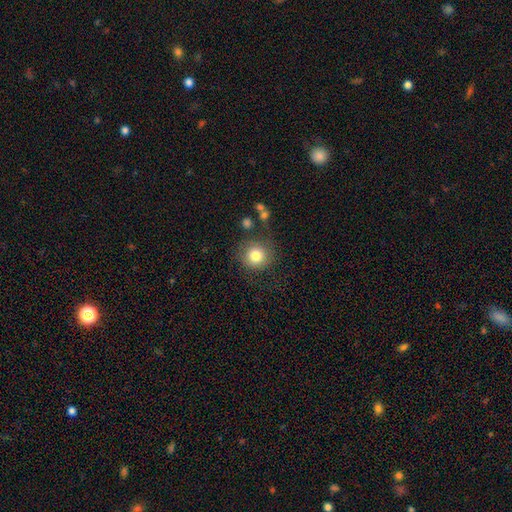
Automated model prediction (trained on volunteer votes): smooth 81%, star or artifact 9%, featured or disk 9%. Down the decision tree: how rounded — round (91%); merging — none (76%).